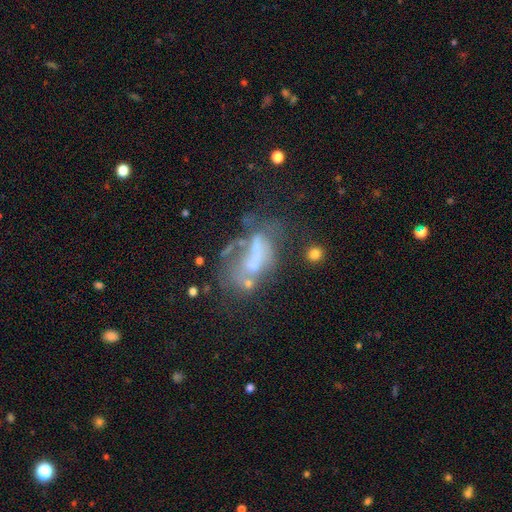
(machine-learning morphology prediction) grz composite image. It shows a featured or disk galaxy (54%) with no bar (75%), no spiral arms (87%) and no central bulge (57%). Merging: major disturbance (37%).